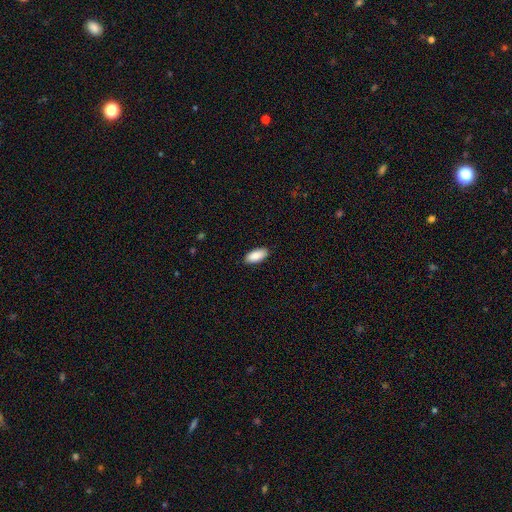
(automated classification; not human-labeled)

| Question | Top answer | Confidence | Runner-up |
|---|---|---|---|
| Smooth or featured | smooth | 89% | star or artifact (6%) |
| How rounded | in between | 91% | cigar-shaped (7%) |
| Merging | none | 89% | minor disturbance (8%) |